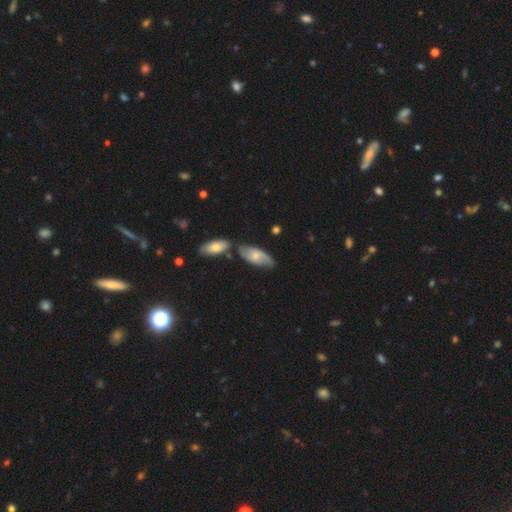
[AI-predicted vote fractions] This appears to be a featured or disk galaxy (50%). Merging: none (62%).